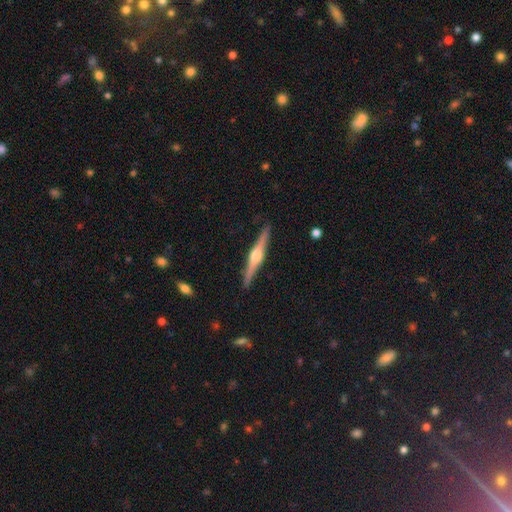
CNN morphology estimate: A featured or disk galaxy (80%) viewed edge-on (98%) with a rounded central bulge (91%).

Vote fractions:
- Smooth or featured? featured or disk: 80% / smooth: 15% / star or artifact: 5%
- Edge-on disk? yes: 98% / no: 2%
- Edge-on bulge? rounded: 91% / boxy: 6% / none: 3%
- Merging? none: 91% / minor disturbance: 7% / major disturbance: 1% / merger: 1%